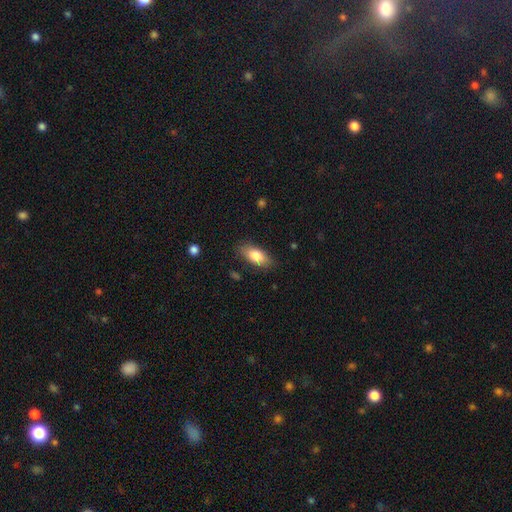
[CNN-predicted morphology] The model was most divided on "smooth or featured": smooth: 80%, featured or disk: 13%, star or artifact: 7%. More confident: merging — none (83%); how rounded — in between (83%).